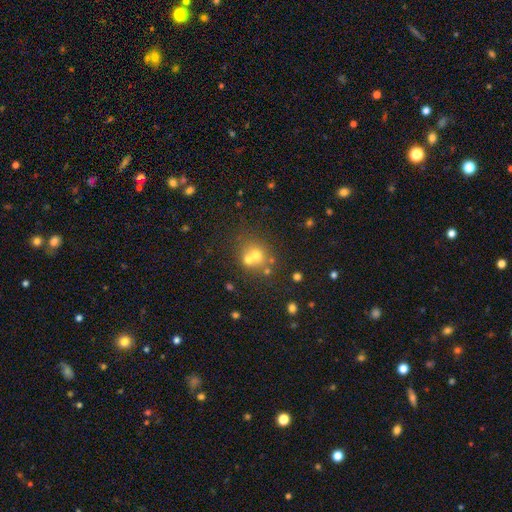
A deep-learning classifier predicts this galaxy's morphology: Smooth or featured?
  - smooth: 61% *
  - featured or disk: 20%
  - star or artifact: 19%
How rounded?
  - round: 80% *
  - in between: 19%
  - cigar-shaped: 1%
Merging?
  - none: 46% *
  - merger: 42%
  - minor disturbance: 8%
  - major disturbance: 4%